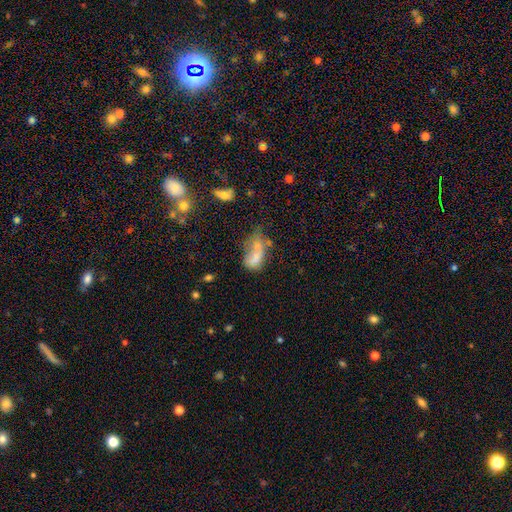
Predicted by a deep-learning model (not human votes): Morphology: type=smooth (63%); roundness=in between (86%); merging=merger (38%).